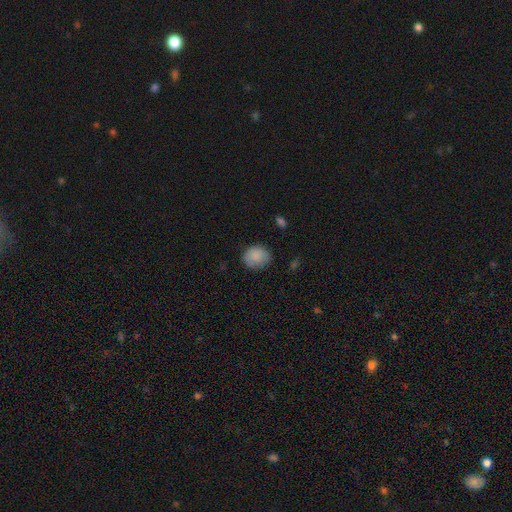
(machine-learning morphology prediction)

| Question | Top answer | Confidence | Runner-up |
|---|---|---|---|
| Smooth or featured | smooth | 85% | star or artifact (8%) |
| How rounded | round | 71% | in between (28%) |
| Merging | none | 75% | minor disturbance (19%) |